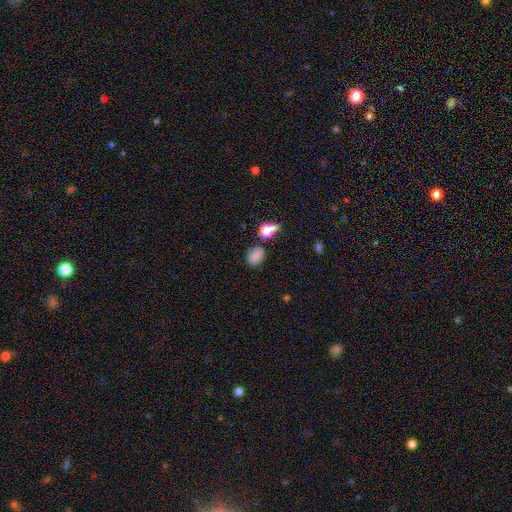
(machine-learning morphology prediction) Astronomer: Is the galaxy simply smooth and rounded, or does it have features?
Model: smooth — 79%.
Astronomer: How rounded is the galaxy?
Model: in between — 63%.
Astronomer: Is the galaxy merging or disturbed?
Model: none — 71%.